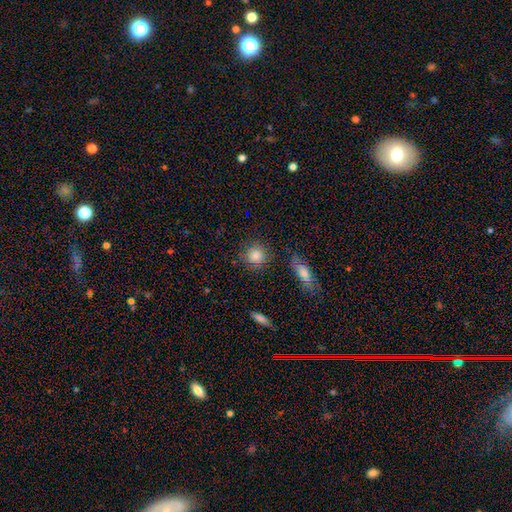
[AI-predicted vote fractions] Smooth or featured? smooth (85%)
How rounded? round (90%)
Merging? none (83%)